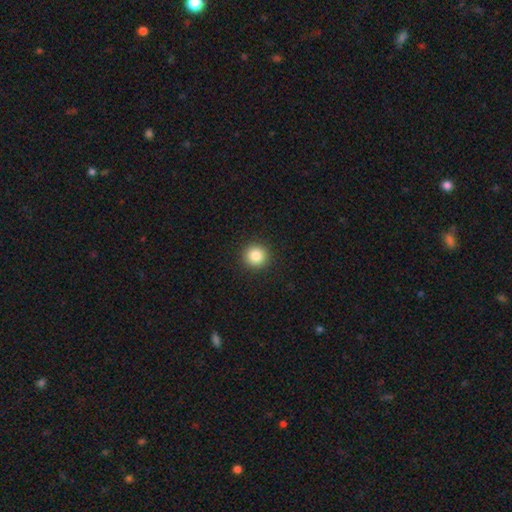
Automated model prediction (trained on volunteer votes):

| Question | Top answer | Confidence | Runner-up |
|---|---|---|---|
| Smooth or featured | smooth | 85% | star or artifact (10%) |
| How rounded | round | 95% | in between (5%) |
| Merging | none | 93% | minor disturbance (5%) |